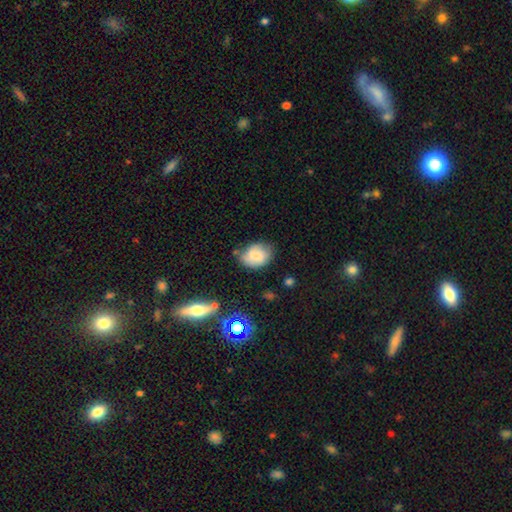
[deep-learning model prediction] Smooth or featured?
  - smooth: 66% *
  - featured or disk: 24%
  - star or artifact: 10%
How rounded?
  - in between: 63% *
  - round: 36%
  - cigar-shaped: 1%
Merging?
  - none: 62% *
  - minor disturbance: 27%
  - major disturbance: 6%
  - merger: 5%